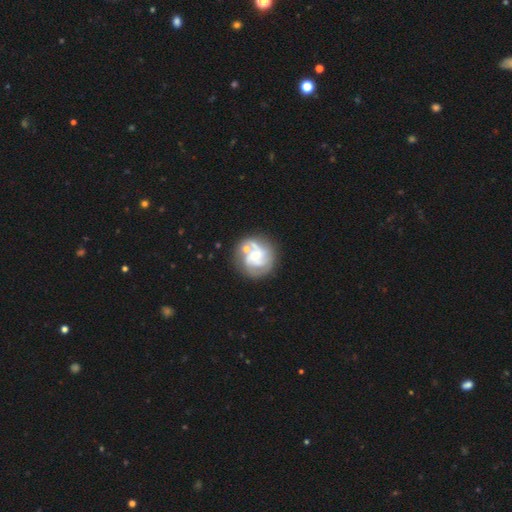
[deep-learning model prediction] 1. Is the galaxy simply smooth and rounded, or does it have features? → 74% featured or disk, 19% smooth, 7% star or artifact.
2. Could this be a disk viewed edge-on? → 98% no, 2% yes.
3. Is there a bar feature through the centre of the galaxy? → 49% no, 39% weak, 12% strong.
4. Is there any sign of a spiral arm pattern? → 89% yes, 11% no.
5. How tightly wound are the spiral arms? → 45% medium, 34% tight, 21% loose.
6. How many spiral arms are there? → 42% 2, 29% 3, 17% can't tell, 5% 1, 5% 4, 3% more than 4.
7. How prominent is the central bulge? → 47% small, 38% moderate, 7% none, 5% large, 2% dominant.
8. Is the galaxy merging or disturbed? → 58% none, 17% minor disturbance, 14% merger, 11% major disturbance.